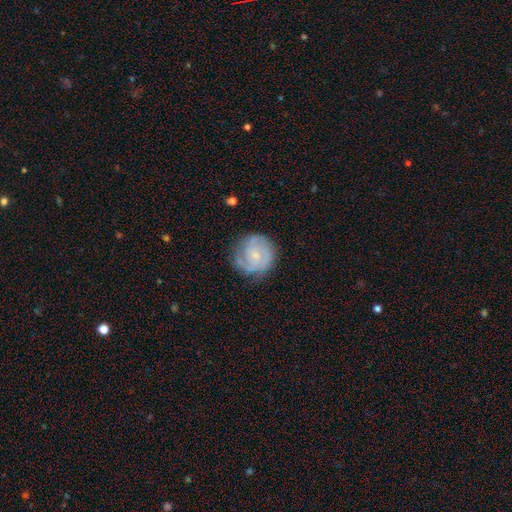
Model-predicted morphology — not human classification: smooth-or-featured: featured or disk: 70% | smooth: 24% | star or artifact: 6%
  disk-edge-on: no: 98% | yes: 2%
    bar: no: 61% | weak: 34% | strong: 5%
    has-spiral-arms: yes: 91% | no: 9%
      spiral-winding: tight: 60% | medium: 31% | loose: 8%
      spiral-arm-count: 2: 43% | can't tell: 26% | 3: 16% | 1: 8% | 4: 4% | more than 4: 3%
    bulge-size: small: 59% | moderate: 24% | none: 13% | large: 2% | dominant: 1%
  merging: none: 73% | minor disturbance: 18% | major disturbance: 7% | merger: 1%